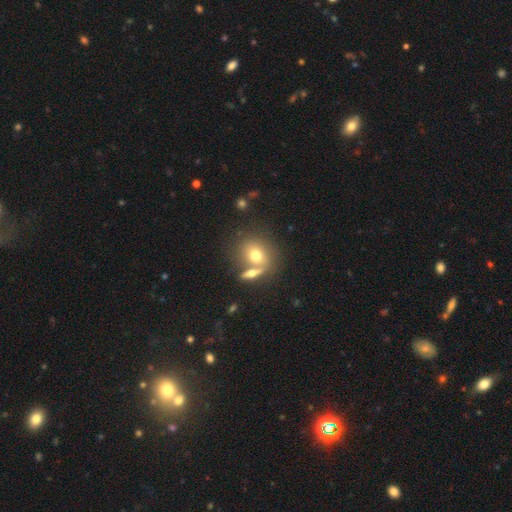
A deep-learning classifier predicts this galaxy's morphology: Overall: smooth (69%). How rounded: round (60%; in between 38%). Merging: none (49%; merger 36%).